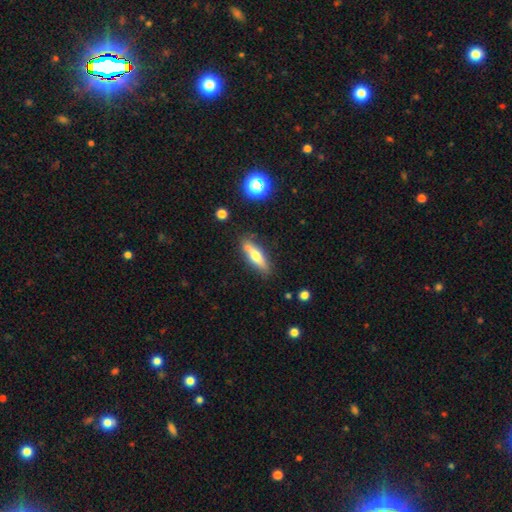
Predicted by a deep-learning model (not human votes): smooth-or-featured: smooth: 59% | featured or disk: 33% | star or artifact: 7%
  how-rounded: cigar-shaped: 53% | in between: 44% | round: 3%
  merging: none: 70% | minor disturbance: 15% | merger: 11% | major disturbance: 4%